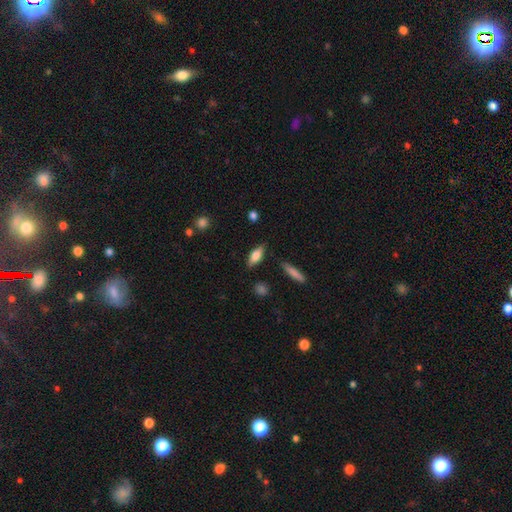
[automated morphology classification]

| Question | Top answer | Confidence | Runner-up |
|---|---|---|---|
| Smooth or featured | smooth | 65% | featured or disk (28%) |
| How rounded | in between | 66% | cigar-shaped (31%) |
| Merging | none | 82% | minor disturbance (13%) |